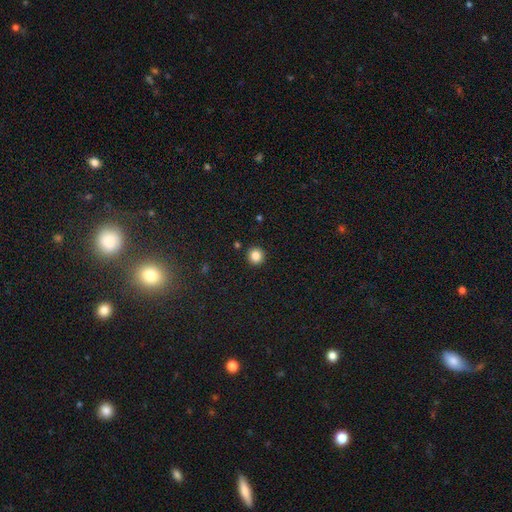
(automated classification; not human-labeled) Smooth or featured? smooth (84%)
How rounded? round (94%)
Merging? none (92%)